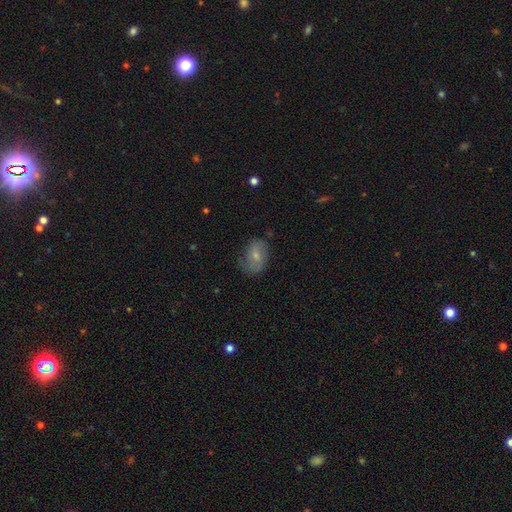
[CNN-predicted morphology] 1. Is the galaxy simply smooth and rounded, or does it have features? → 58% smooth, 33% featured or disk, 9% star or artifact.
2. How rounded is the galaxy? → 79% in between, 19% round, 2% cigar-shaped.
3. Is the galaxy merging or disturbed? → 56% none, 29% minor disturbance, 13% major disturbance, 2% merger.